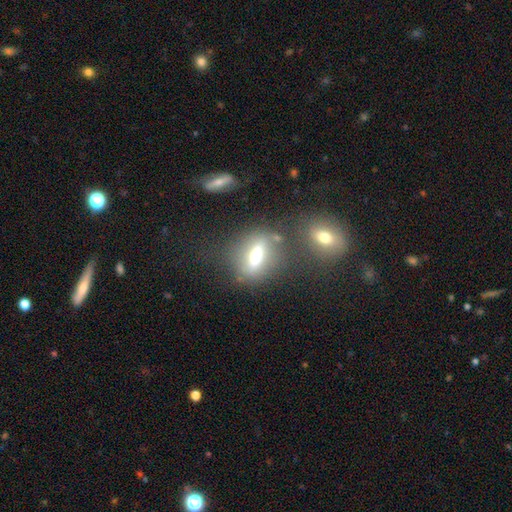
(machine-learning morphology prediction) Overall: smooth (48%; featured or disk 40%). Merging: none (65%).